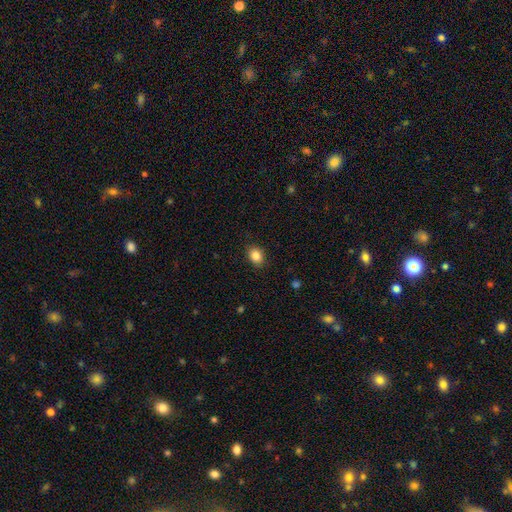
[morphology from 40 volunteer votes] Smooth or featured?
  - smooth: 82% *
  - featured or disk: 15%
  - star or artifact: 2%
How rounded?
  - in between: 76% *
  - round: 24%
  - cigar-shaped: 0%
Merging?
  - none: 79% *
  - minor disturbance: 21%
  - major disturbance: 0%
  - merger: 0%